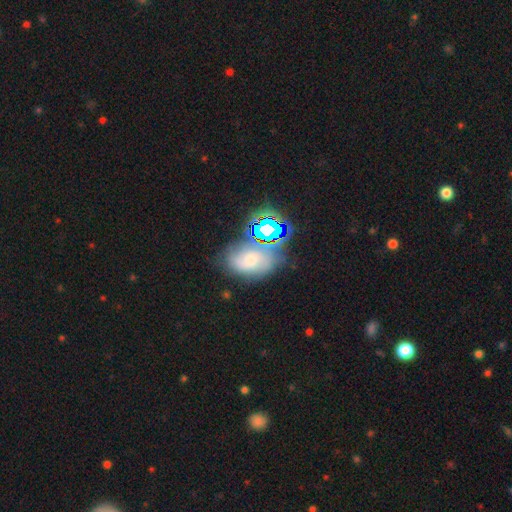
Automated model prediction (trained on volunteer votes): Morphology: type=featured or disk (38%); merging=none (59%).